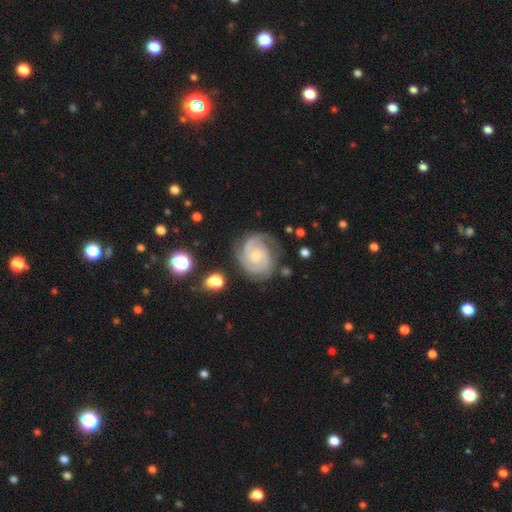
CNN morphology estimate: Smooth or featured?
  - featured or disk: 91% *
  - smooth: 5%
  - star or artifact: 4%
Edge-on disk?
  - no: 98% *
  - yes: 2%
Bar?
  - no: 64% *
  - weak: 29%
  - strong: 7%
Spiral arms?
  - yes: 98% *
  - no: 2%
Spiral winding?
  - tight: 63% *
  - medium: 33%
  - loose: 4%
Spiral arm count?
  - 2: 61% *
  - 3: 24%
  - can't tell: 6%
  - 4: 3%
  - 1: 3%
  - more than 4: 3%
Bulge size?
  - small: 67% *
  - moderate: 28%
  - none: 3%
  - large: 1%
  - dominant: 1%
Merging?
  - none: 75% *
  - minor disturbance: 17%
  - major disturbance: 6%
  - merger: 2%